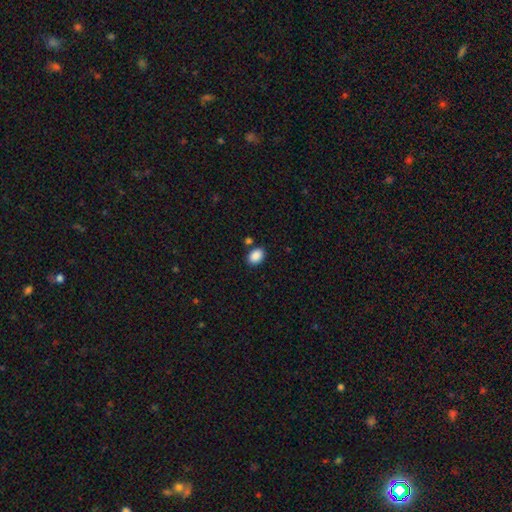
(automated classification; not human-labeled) smooth-or-featured: smooth: 89% | star or artifact: 8% | featured or disk: 3%
  how-rounded: in between: 78% | round: 21% | cigar-shaped: 1%
  merging: none: 81% | minor disturbance: 10% | merger: 6% | major disturbance: 3%